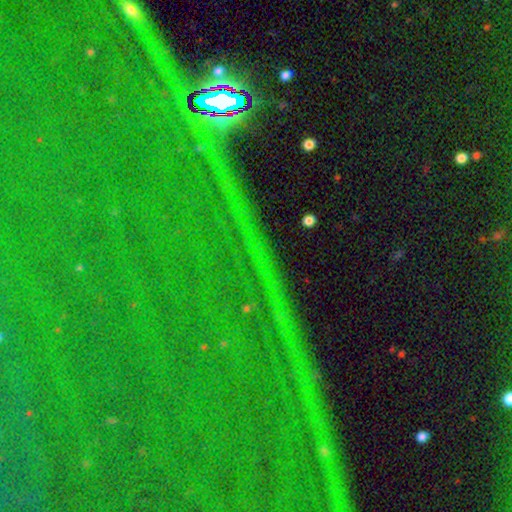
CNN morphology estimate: This appears to be a star or artifact, not a galaxy (87%).